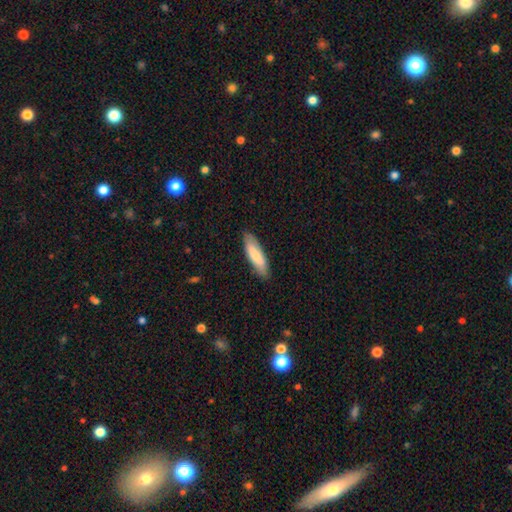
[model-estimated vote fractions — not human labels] smooth 75%, featured or disk 20%, star or artifact 5%. Down the decision tree: how rounded — cigar-shaped (56%); merging — none (85%).